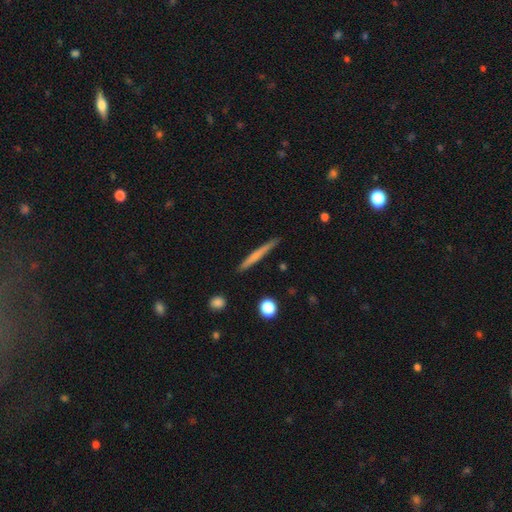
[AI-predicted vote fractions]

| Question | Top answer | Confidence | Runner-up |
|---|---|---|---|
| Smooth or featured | smooth | 57% | featured or disk (37%) |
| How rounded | cigar-shaped | 96% | in between (2%) |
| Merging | none | 88% | minor disturbance (9%) |